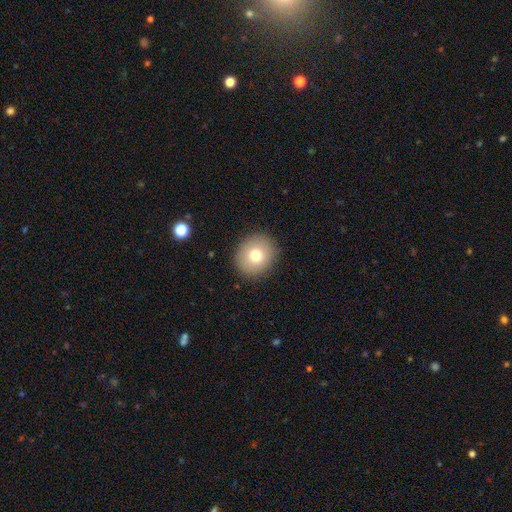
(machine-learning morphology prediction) This is likely a smooth galaxy (75%). How rounded: clearly round (81%). Merging: clearly none (90%).